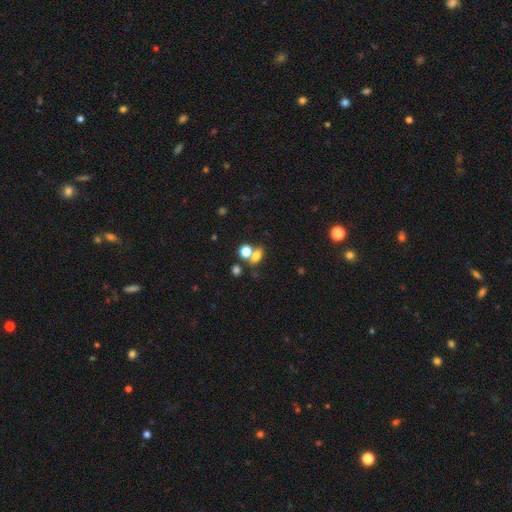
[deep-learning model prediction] Smooth or featured?
  - smooth: 71% *
  - star or artifact: 17%
  - featured or disk: 13%
How rounded?
  - in between: 66% *
  - round: 29%
  - cigar-shaped: 5%
Merging?
  - none: 49% *
  - merger: 36%
  - minor disturbance: 10%
  - major disturbance: 5%